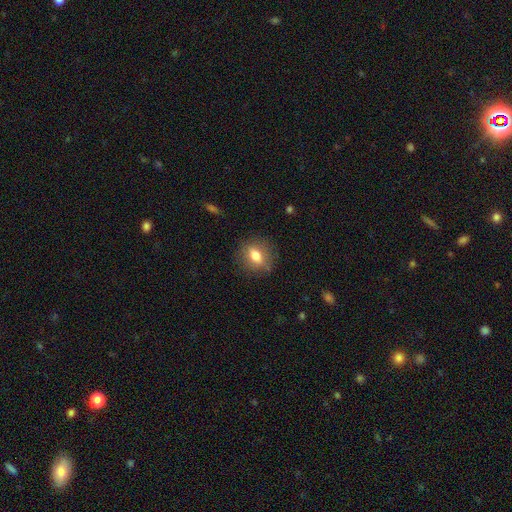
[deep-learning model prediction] This appears to be a smooth galaxy with no disk features (72%) that is in between round and cigar-shaped (55%). Merging: none (81%).